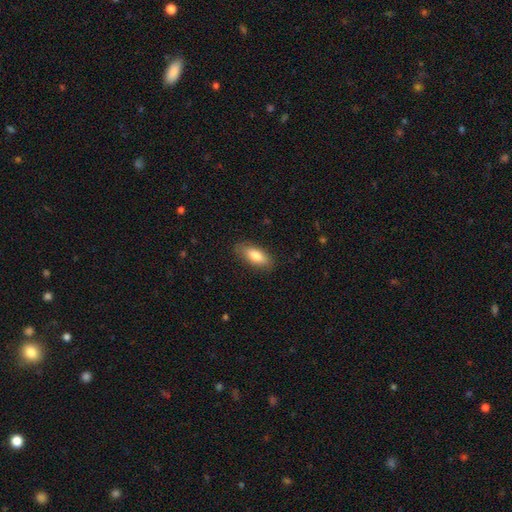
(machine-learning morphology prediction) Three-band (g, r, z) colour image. It shows a smooth galaxy with no disk features (81%) that is in between round and cigar-shaped (81%). Merging: none (84%).